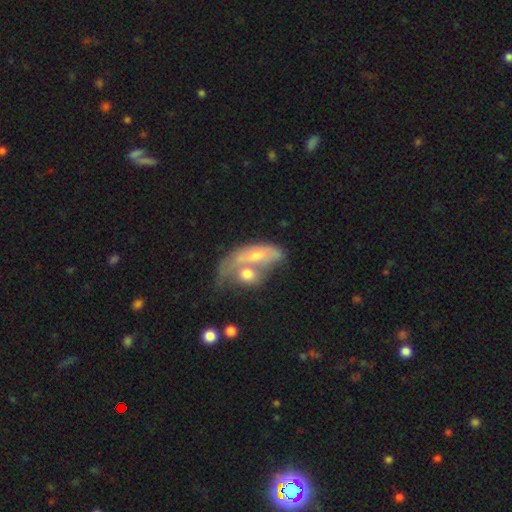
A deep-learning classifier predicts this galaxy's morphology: A featured or disk galaxy (47%).

Vote fractions:
- Smooth or featured? featured or disk: 47% / smooth: 45% / star or artifact: 7%
- Merging? merger: 63% / none: 17% / minor disturbance: 11% / major disturbance: 9%